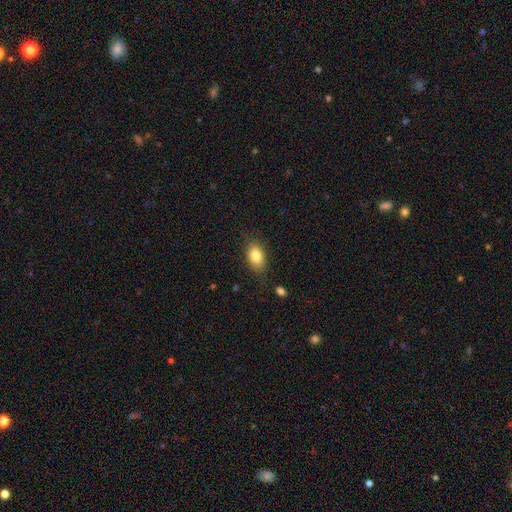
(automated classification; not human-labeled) A smooth galaxy with no disk features (83%) that is in between round and cigar-shaped (87%). Merging: none (81%).